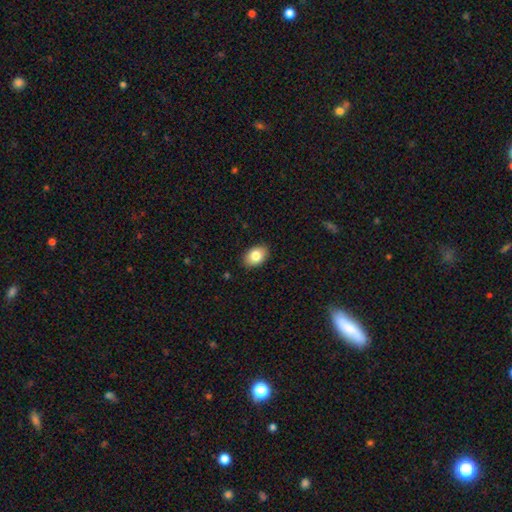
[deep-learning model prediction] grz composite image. It shows a smooth galaxy with no disk features (82%) that is in between round and cigar-shaped (86%). Merging: none (88%).